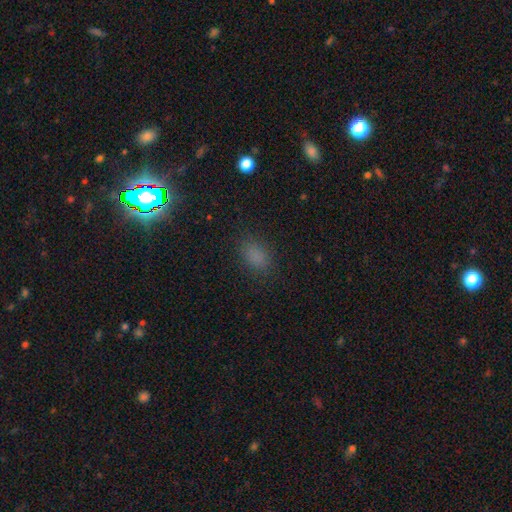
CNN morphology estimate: Smooth or featured: smooth — 76% (star or artifact — 19%)
How rounded: in between — 79% (round — 19%)
Merging: none — 82% (minor disturbance — 12%)